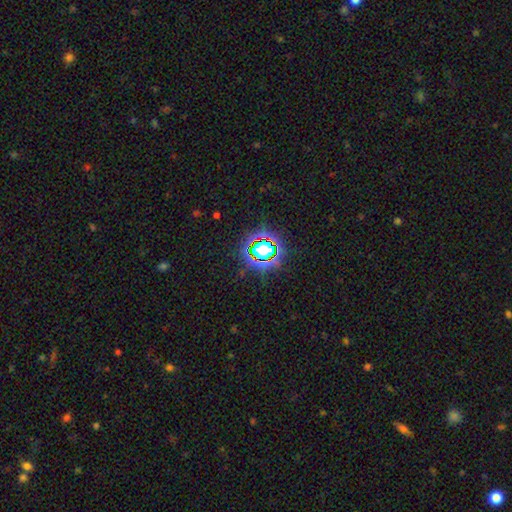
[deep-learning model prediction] smooth_or_featured: star or artifact (p=0.74) [alt: smooth p=0.16]